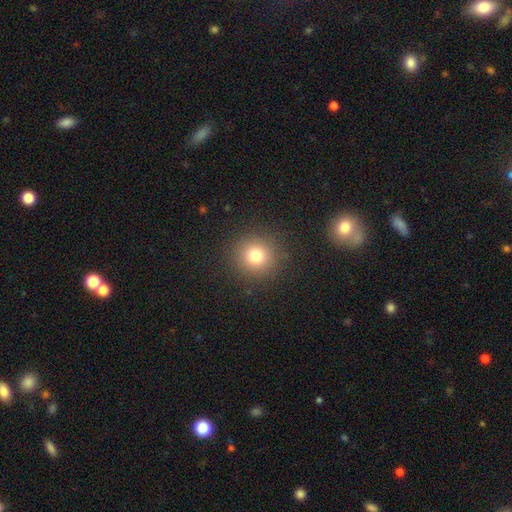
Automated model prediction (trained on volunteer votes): A smooth galaxy with no disk features (77%) that is round (94%). Merging: none (89%).